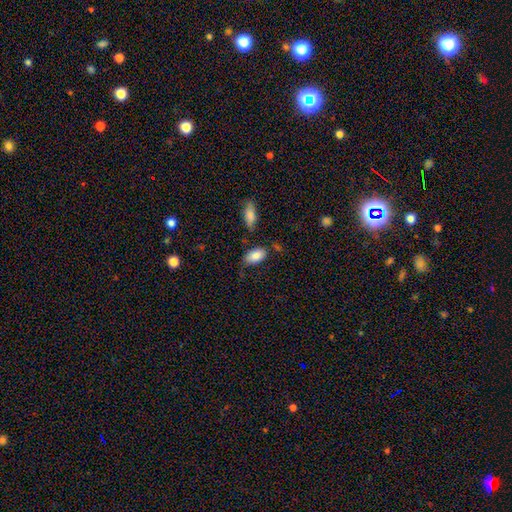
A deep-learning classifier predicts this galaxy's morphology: This appears to be a smooth galaxy with no disk features (85%) that is in between round and cigar-shaped (93%). Merging: none (67%).